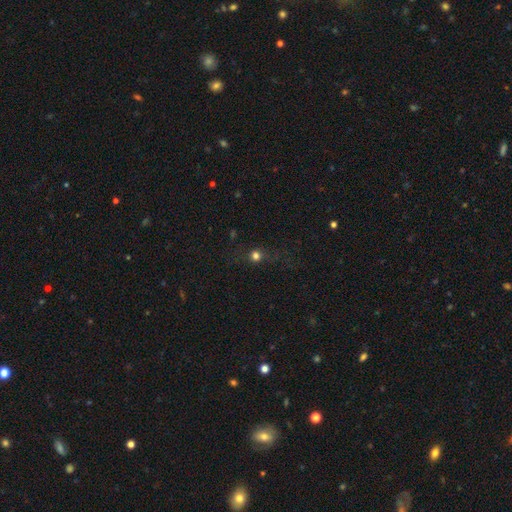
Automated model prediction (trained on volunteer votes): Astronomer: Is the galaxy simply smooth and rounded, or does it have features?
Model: smooth — 58%.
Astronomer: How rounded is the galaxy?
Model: round — 84%.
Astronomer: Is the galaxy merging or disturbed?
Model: none — 74%.